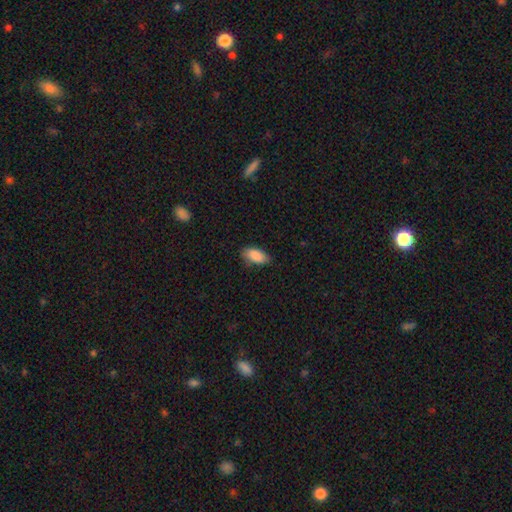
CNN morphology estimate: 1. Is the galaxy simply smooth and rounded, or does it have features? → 89% smooth, 7% star or artifact, 4% featured or disk.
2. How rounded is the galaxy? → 92% in between, 5% cigar-shaped, 3% round.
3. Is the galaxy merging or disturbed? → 79% none, 17% minor disturbance, 3% major disturbance, 1% merger.